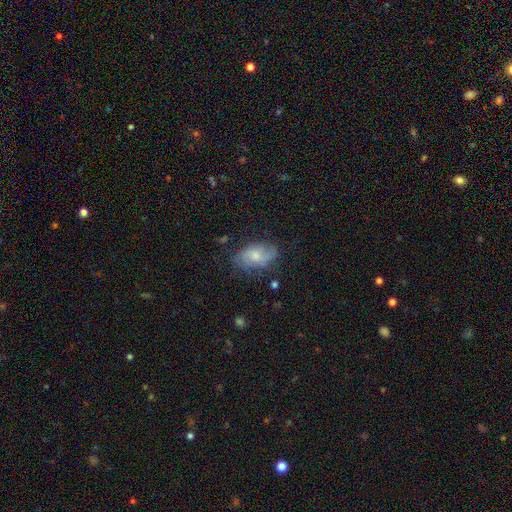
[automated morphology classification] smooth-or-featured: featured or disk: 52% | smooth: 40% | star or artifact: 8%
  disk-edge-on: no: 95% | yes: 5%
  merging: none: 65% | minor disturbance: 24% | major disturbance: 9% | merger: 2%